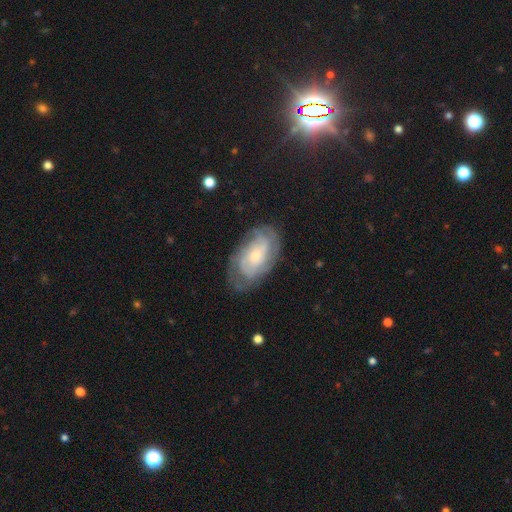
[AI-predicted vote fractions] This is likely a featured or disk galaxy (69%). It is clearly not viewed edge-on (95%). Bar: likely no (74%). Spiral arm pattern: clearly yes (86%). Spiral arm count: possibly can't tell (51%). Spiral winding: likely tight (60%). Central bulge: likely small (64%). Merging: likely none (70%).